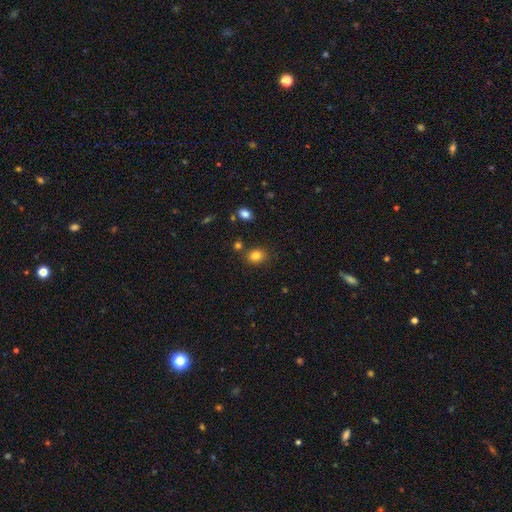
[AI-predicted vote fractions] The model was most divided on "how rounded": round: 64%, in between: 36%, cigar-shaped: 1%. More confident: smooth or featured — smooth (82%); merging — none (81%).